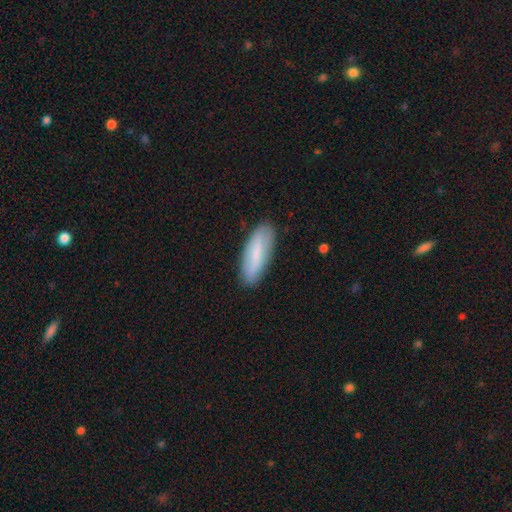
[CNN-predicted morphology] smooth_or_featured: smooth (p=0.69) [alt: featured or disk p=0.25]
how_rounded: in between (p=0.56) [alt: cigar-shaped p=0.42]
merging: none (p=0.84) [alt: minor disturbance p=0.12]